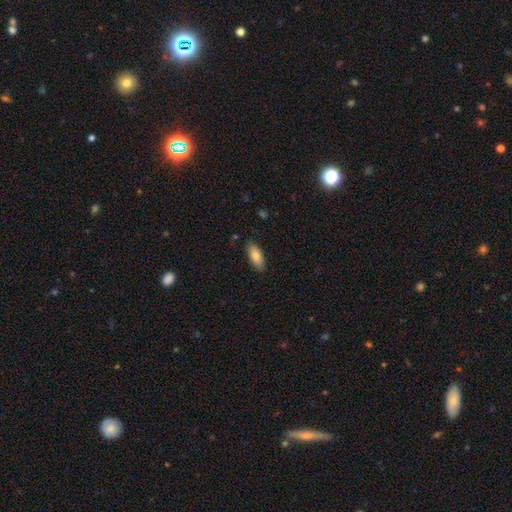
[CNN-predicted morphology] This is clearly a smooth galaxy (81%). How rounded: clearly in between (80%). Merging: clearly none (86%).